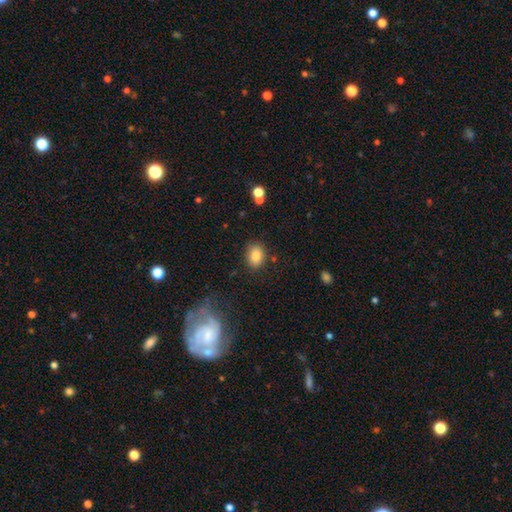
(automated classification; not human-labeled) Q: Smooth or featured?
A: smooth (83%); runner-up: star or artifact (10%)
Q: How rounded?
A: in between (60%); runner-up: round (39%)
Q: Merging?
A: none (83%); runner-up: minor disturbance (11%)